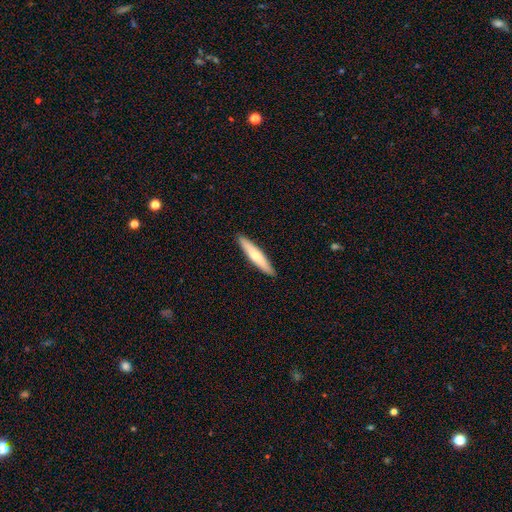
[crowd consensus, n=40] Smooth or featured? 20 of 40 (50%) said featured or disk. Edge-on disk? 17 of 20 (85%) said yes. Edge-on bulge? 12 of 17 (71%) said rounded. Merging? 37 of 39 (95%) said none.